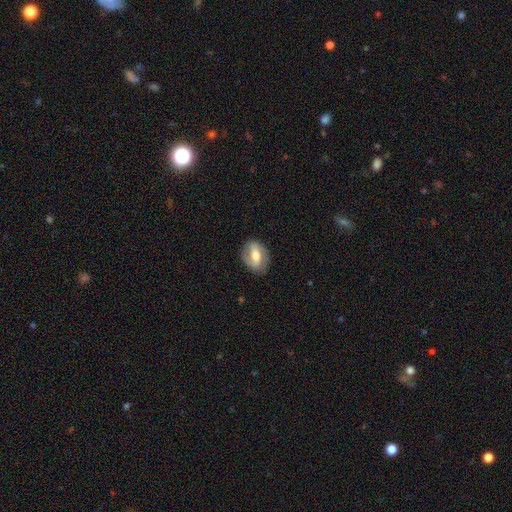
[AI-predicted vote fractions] smooth_or_featured: featured or disk (p=0.63) [alt: smooth p=0.31]
disk_edge_on: no (p=0.94) [alt: yes p=0.06]
bar: strong (p=0.42) [alt: weak p=0.38]
has_spiral_arms: yes (p=0.71) [alt: no p=0.29]
bulge_size: moderate (p=0.65) [alt: small p=0.16]
merging: none (p=0.80) [alt: minor disturbance p=0.14]